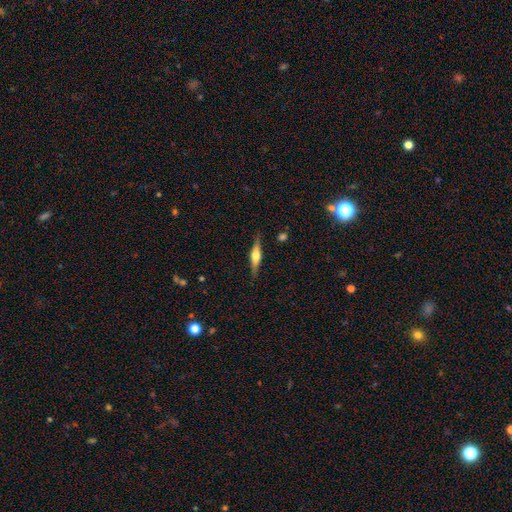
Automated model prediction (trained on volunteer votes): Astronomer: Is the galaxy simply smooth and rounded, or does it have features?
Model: featured or disk — 66%.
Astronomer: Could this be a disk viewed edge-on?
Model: yes — 97%.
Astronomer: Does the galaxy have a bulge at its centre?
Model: rounded — 87%.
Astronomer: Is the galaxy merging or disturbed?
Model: none — 87%.